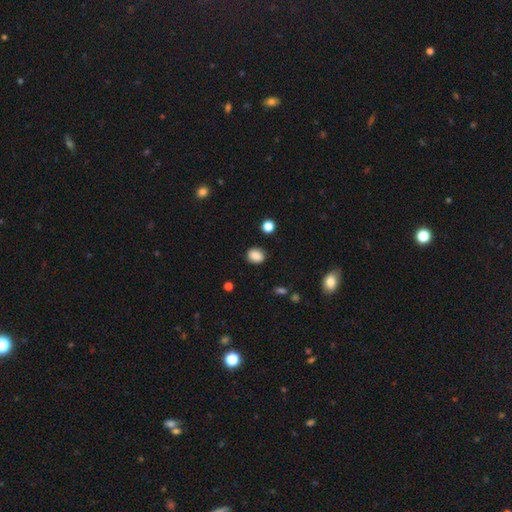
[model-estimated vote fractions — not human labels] Smooth or featured? Predicted: smooth (p=0.87). How rounded? Predicted: round (p=0.56). Merging? Predicted: none (p=0.86).